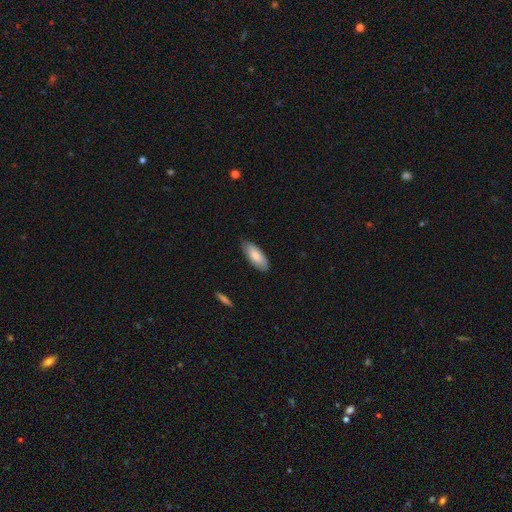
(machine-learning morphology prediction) Smooth or featured?
  - smooth: 79% *
  - featured or disk: 15%
  - star or artifact: 6%
How rounded?
  - in between: 81% *
  - cigar-shaped: 17%
  - round: 2%
Merging?
  - none: 78% *
  - minor disturbance: 18%
  - major disturbance: 2%
  - merger: 1%